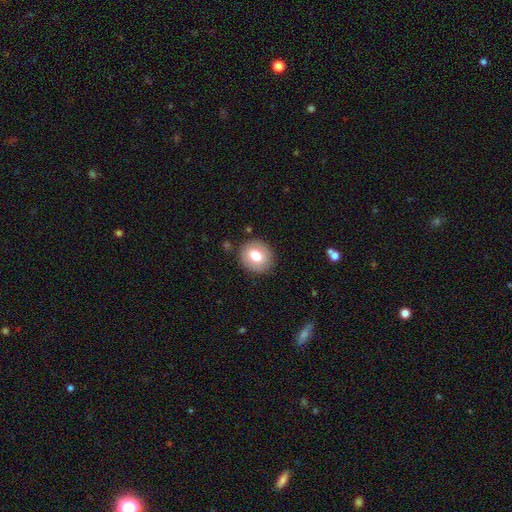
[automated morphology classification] A smooth galaxy with no disk features (73%) that is round (81%).

Vote fractions:
- Smooth or featured? smooth: 73% / featured or disk: 18% / star or artifact: 9%
- How rounded? round: 81% / in between: 18% / cigar-shaped: 1%
- Merging? none: 87% / minor disturbance: 8% / major disturbance: 3% / merger: 2%